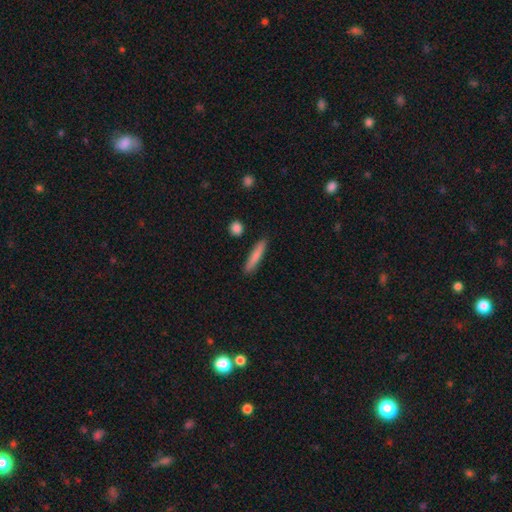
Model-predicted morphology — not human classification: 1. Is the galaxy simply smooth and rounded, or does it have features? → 78% smooth, 16% featured or disk, 6% star or artifact.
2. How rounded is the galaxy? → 91% cigar-shaped, 7% in between, 2% round.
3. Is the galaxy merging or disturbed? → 89% none, 7% minor disturbance, 2% merger, 2% major disturbance.